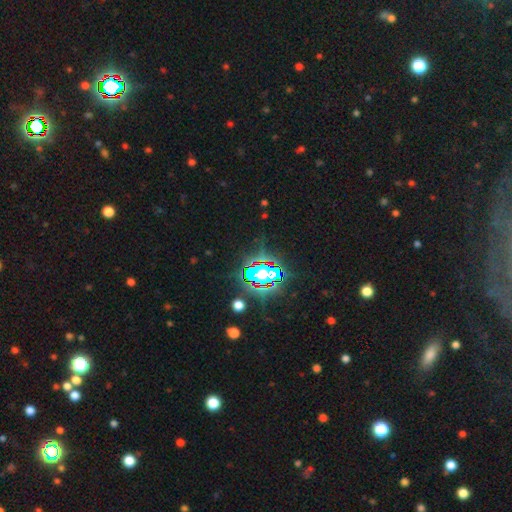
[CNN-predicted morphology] Overall: star or artifact (85%).